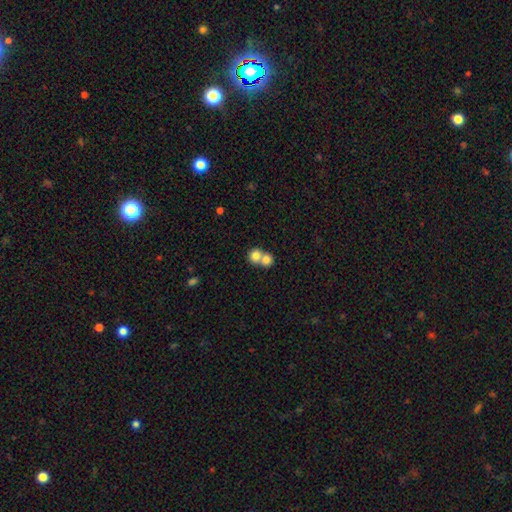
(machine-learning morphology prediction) This appears to be a smooth galaxy with no disk features (78%) that is round (81%). Merging: merger (67%).